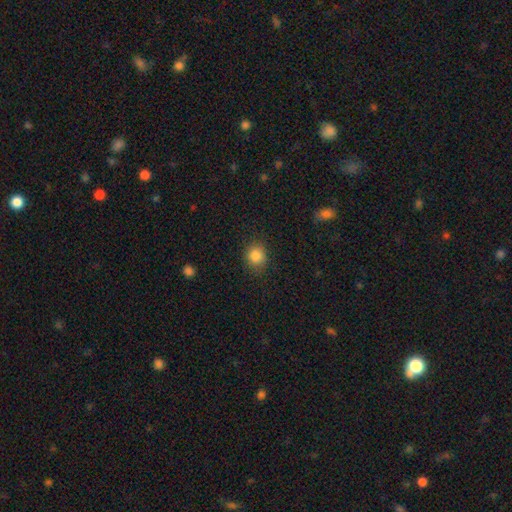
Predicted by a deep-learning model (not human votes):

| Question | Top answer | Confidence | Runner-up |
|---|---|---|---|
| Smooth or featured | smooth | 85% | star or artifact (11%) |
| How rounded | round | 80% | in between (19%) |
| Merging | none | 85% | minor disturbance (11%) |